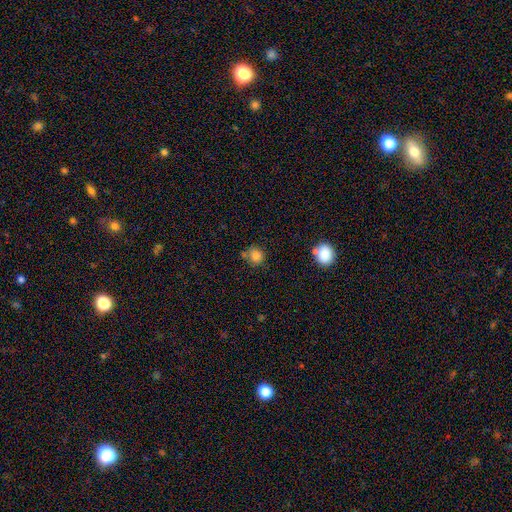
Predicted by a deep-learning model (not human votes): Smooth or featured?
  - smooth: 82% *
  - star or artifact: 12%
  - featured or disk: 7%
How rounded?
  - round: 84% *
  - in between: 15%
  - cigar-shaped: 1%
Merging?
  - none: 66% *
  - minor disturbance: 16%
  - merger: 13%
  - major disturbance: 5%